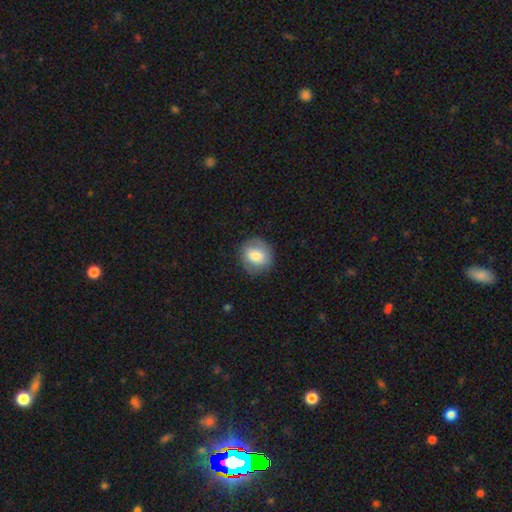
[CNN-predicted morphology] smooth_or_featured: smooth (p=0.75) [alt: featured or disk p=0.18]
how_rounded: round (p=0.78) [alt: in between p=0.21]
merging: none (p=0.80) [alt: minor disturbance p=0.15]